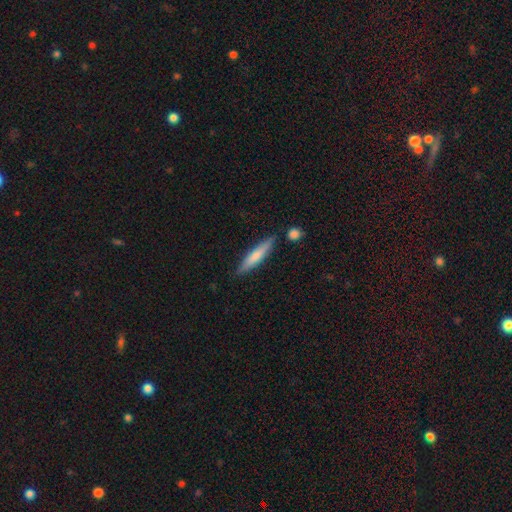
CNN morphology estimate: Smooth or featured? Predicted: smooth (p=0.67). How rounded? Predicted: cigar-shaped (p=0.87). Merging? Predicted: none (p=0.81).